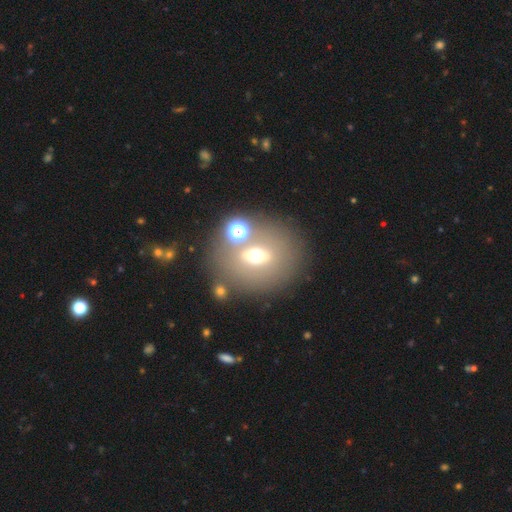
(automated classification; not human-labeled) The model was most divided on "smooth or featured": smooth: 50%, featured or disk: 33%, star or artifact: 17%. More confident: merging — none (65%).